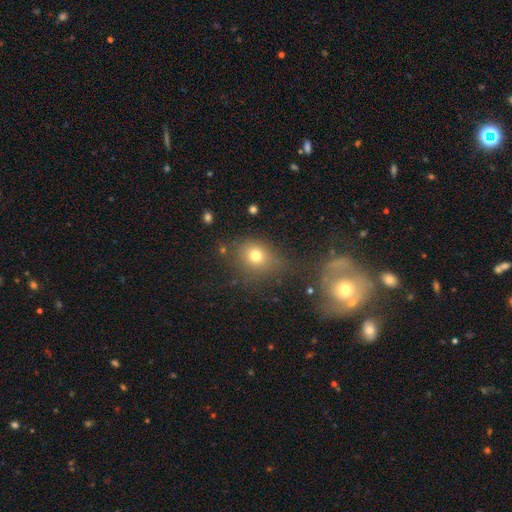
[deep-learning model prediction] smooth_or_featured: smooth (p=0.73) [alt: star or artifact p=0.16]
how_rounded: round (p=0.71) [alt: in between p=0.28]
merging: none (p=0.66) [alt: minor disturbance p=0.16]